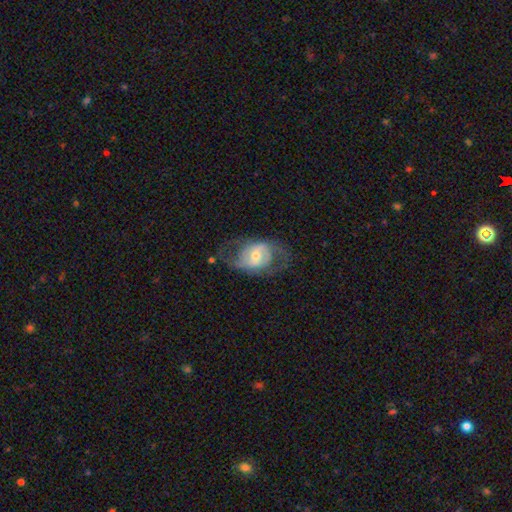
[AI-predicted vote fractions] A featured or disk galaxy (73%) with no bar (41%, tied with weak), 2 (80%) medium (48%) spiral arms (79%) and a moderate central bulge (53%).

Vote fractions:
- Smooth or featured? featured or disk: 73% / smooth: 21% / star or artifact: 6%
- Edge-on disk? no: 95% / yes: 5%
- Bar? no: 41% (tied) / weak: 41% (tied) / strong: 18%
- Spiral arms? yes: 79% / no: 21%
- Spiral winding? medium: 48% / loose: 33% / tight: 20%
- Spiral arm count? 2: 80% / can't tell: 12% / 1: 3% / 3: 3% / 4: 1% / more than 4: 1%
- Bulge size? moderate: 53% / small: 39% / large: 5% / none: 1% / dominant: 1%
- Merging? none: 59% / major disturbance: 21% / minor disturbance: 19% / merger: 1%